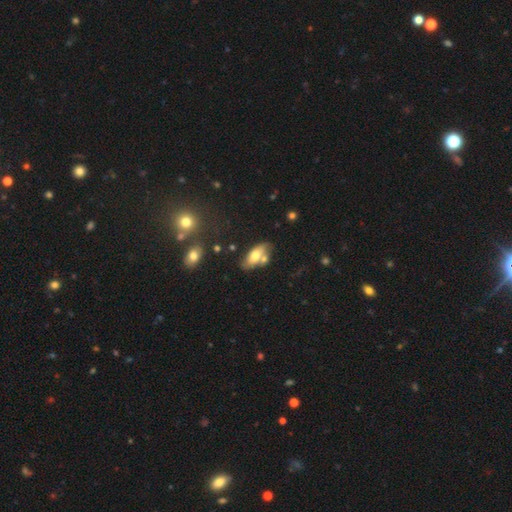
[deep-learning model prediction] Smooth or featured? Predicted: smooth (p=0.68). How rounded? Predicted: in between (p=0.88). Merging? Predicted: none (p=0.56).